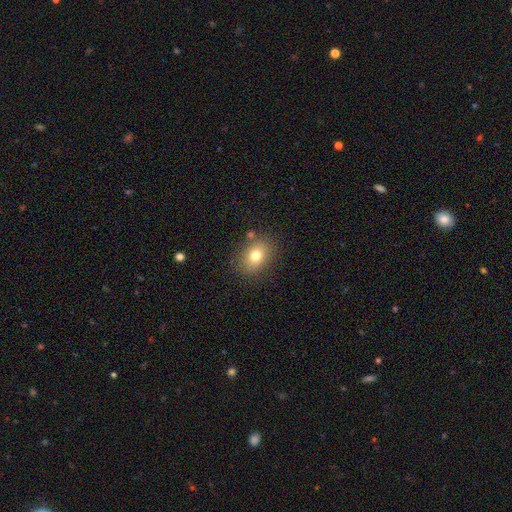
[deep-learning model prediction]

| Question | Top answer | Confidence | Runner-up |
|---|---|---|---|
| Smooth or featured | smooth | 76% | featured or disk (12%) |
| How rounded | in between | 63% | round (36%) |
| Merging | none | 81% | minor disturbance (11%) |